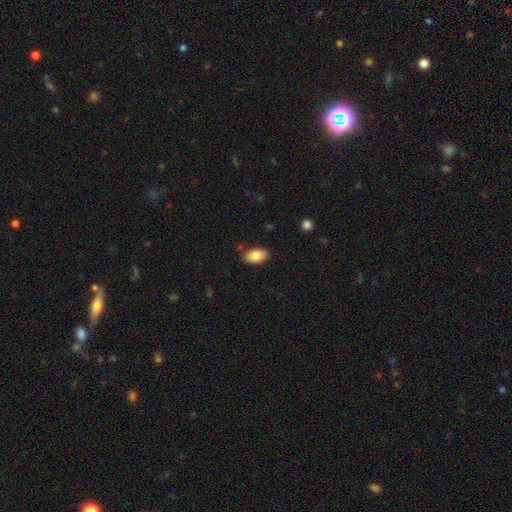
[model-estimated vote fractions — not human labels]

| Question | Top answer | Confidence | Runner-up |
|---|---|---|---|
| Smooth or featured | smooth | 85% | featured or disk (8%) |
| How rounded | in between | 92% | round (6%) |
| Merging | none | 83% | minor disturbance (12%) |